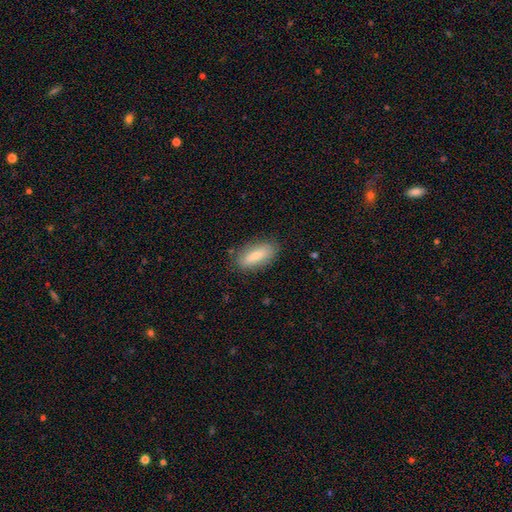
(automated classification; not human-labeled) This is likely a smooth galaxy (75%). How rounded: likely in between (79%). Merging: clearly none (84%).